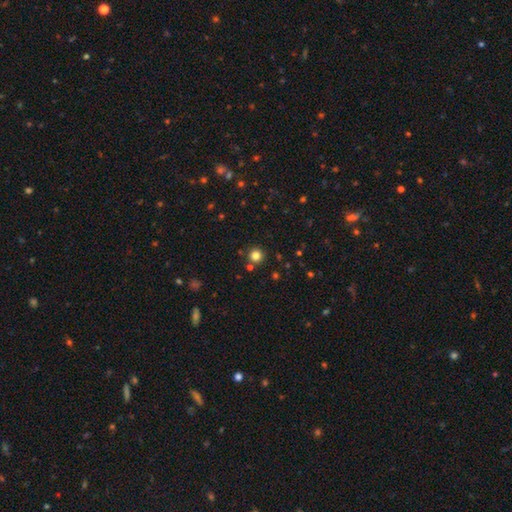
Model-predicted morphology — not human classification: smooth 81%, star or artifact 14%, featured or disk 5%. Down the decision tree: how rounded — round (95%); merging — none (88%).